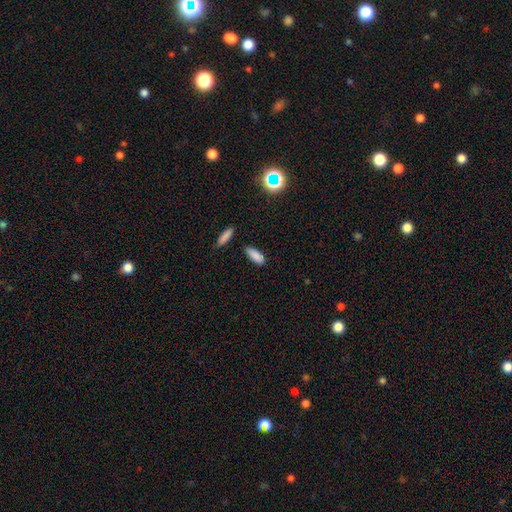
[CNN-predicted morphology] A smooth galaxy with no disk features (86%) that is in between round and cigar-shaped (68%).

Vote fractions:
- Smooth or featured? smooth: 86% / star or artifact: 9% / featured or disk: 6%
- How rounded? in between: 68% / cigar-shaped: 30% / round: 2%
- Merging? none: 81% / minor disturbance: 12% / merger: 4% / major disturbance: 3%